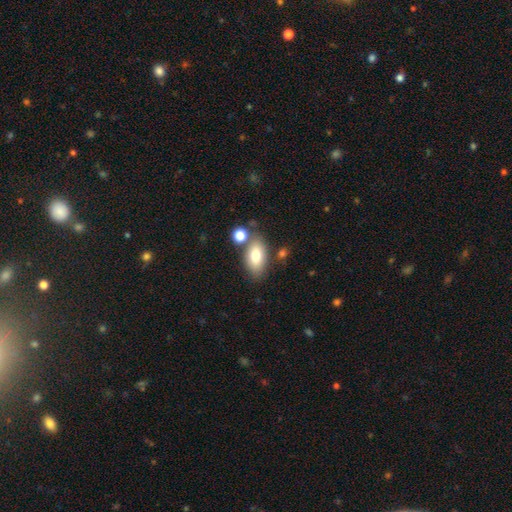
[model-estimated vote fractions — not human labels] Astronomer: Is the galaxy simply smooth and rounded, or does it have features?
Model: smooth — 77%.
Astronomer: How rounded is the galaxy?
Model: in between — 90%.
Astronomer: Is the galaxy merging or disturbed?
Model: none — 68%.